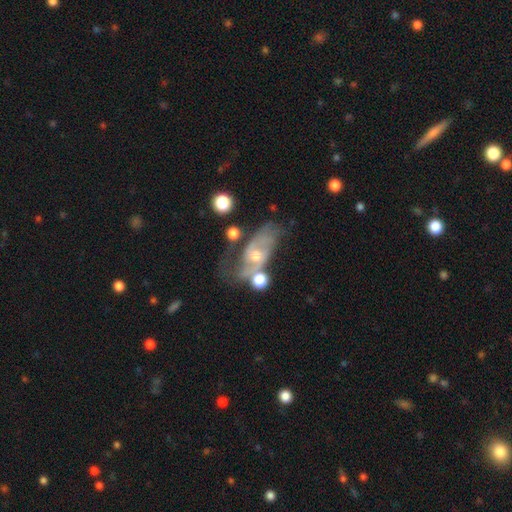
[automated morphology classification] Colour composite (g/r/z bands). It shows a featured or disk galaxy (68%) with no bar (68%), spiral arms (70%) and a moderate central bulge (51%). Merging: none (37%).